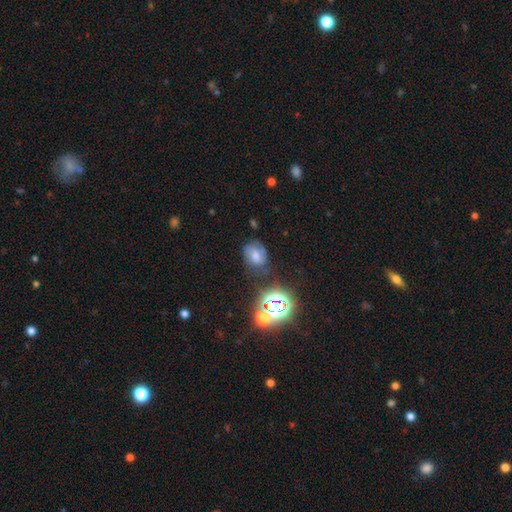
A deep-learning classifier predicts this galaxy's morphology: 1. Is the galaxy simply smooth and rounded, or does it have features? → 40% smooth, 34% featured or disk, 27% star or artifact.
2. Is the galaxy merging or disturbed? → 65% none, 21% minor disturbance, 9% major disturbance, 4% merger.